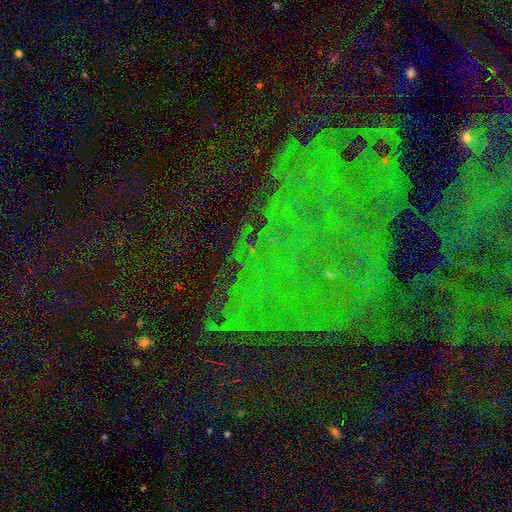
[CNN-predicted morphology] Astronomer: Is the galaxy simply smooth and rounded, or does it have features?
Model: star or artifact — 71%.